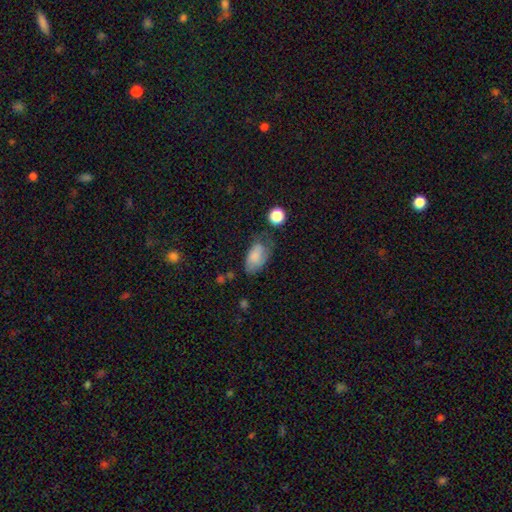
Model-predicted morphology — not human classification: Q: Smooth or featured?
A: smooth (80%); runner-up: featured or disk (12%)
Q: How rounded?
A: in between (93%); runner-up: round (5%)
Q: Merging?
A: none (41%); runner-up: minor disturbance (36%)